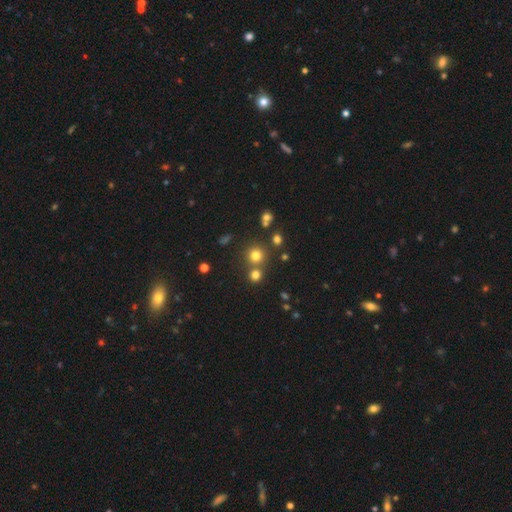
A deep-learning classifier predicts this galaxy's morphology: Overall: smooth (73%). How rounded: round (92%). Merging: none (74%).